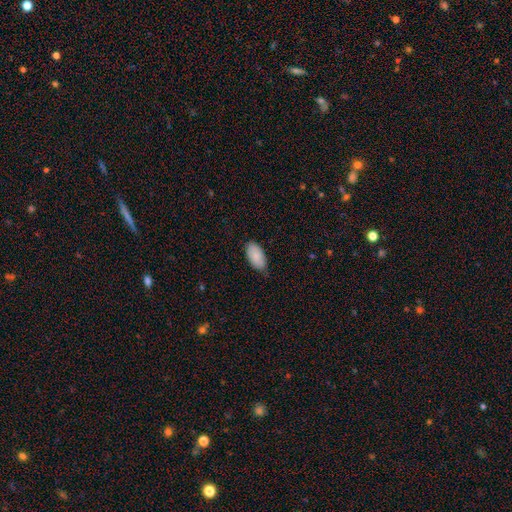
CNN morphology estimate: Smooth or featured? Predicted: smooth (p=0.88). How rounded? Predicted: in between (p=0.95). Merging? Predicted: none (p=0.75).